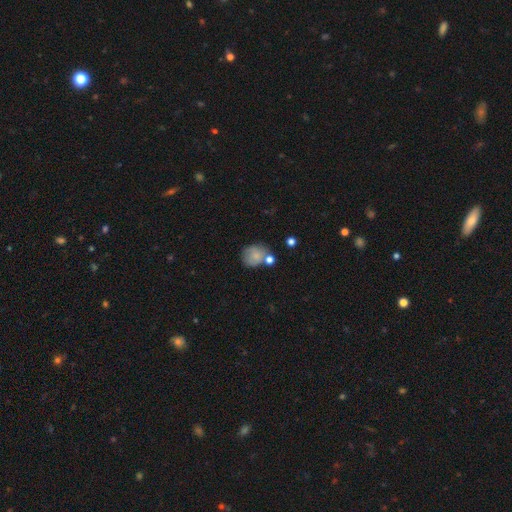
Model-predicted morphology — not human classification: This appears to be a smooth galaxy with no disk features (76%) that is round (71%). Merging: none (53%).